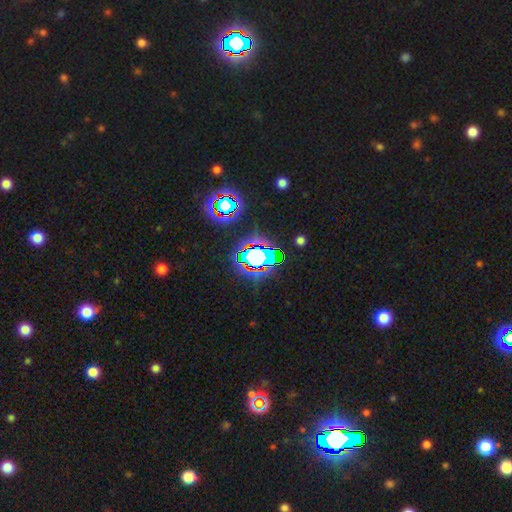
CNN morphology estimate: smooth_or_featured: star or artifact (p=0.62) [alt: smooth p=0.20]